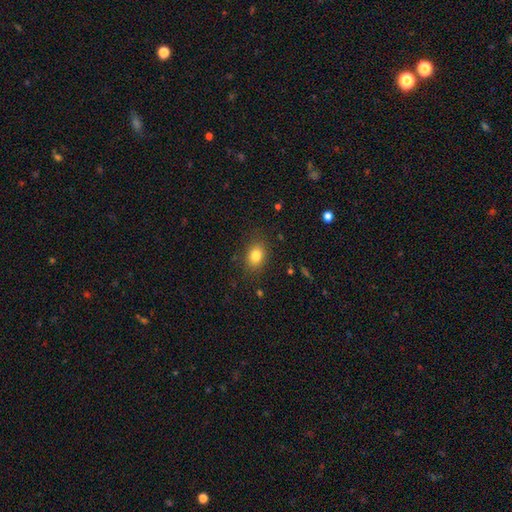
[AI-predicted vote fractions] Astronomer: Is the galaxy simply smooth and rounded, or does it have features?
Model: smooth — 81%.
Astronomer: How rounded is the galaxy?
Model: in between — 63%.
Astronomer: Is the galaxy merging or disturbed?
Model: none — 84%.